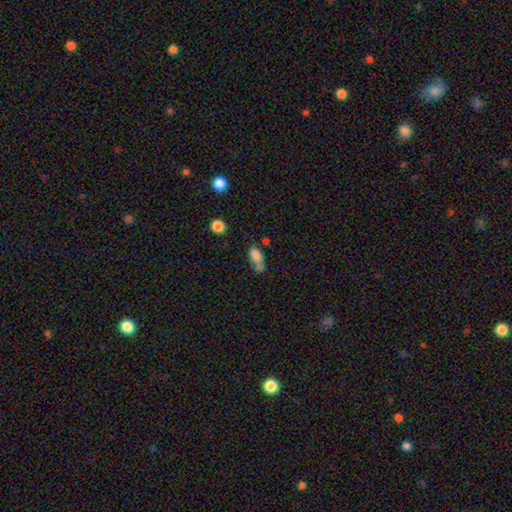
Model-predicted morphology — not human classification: type=smooth (75%); roundness=in between (79%); merging=merger (32%).